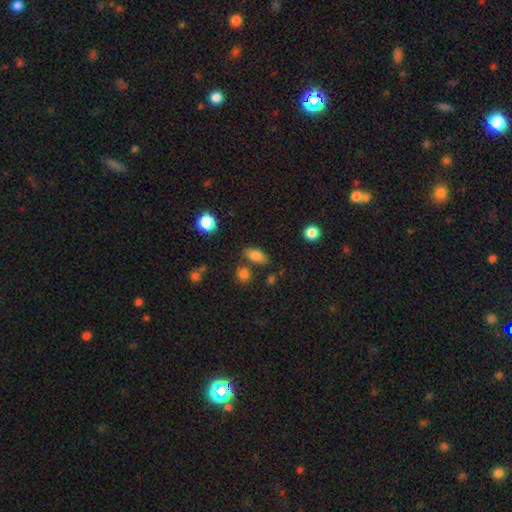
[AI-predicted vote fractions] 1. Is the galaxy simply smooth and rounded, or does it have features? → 81% smooth, 10% star or artifact, 10% featured or disk.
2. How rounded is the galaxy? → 84% in between, 9% cigar-shaped, 7% round.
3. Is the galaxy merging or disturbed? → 74% none, 14% minor disturbance, 8% merger, 4% major disturbance.